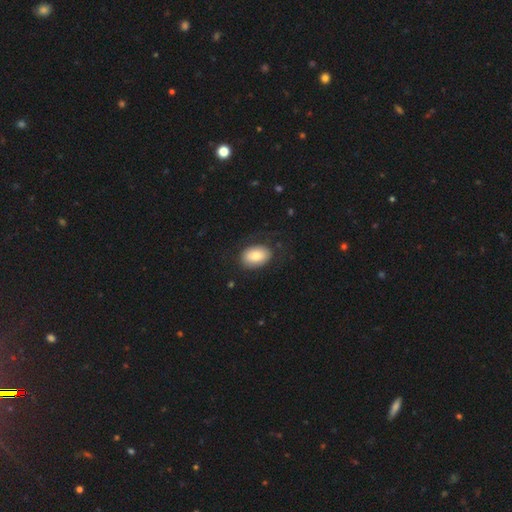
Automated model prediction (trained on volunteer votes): Overall: smooth (80%). How rounded: in between (84%). Merging: none (75%).